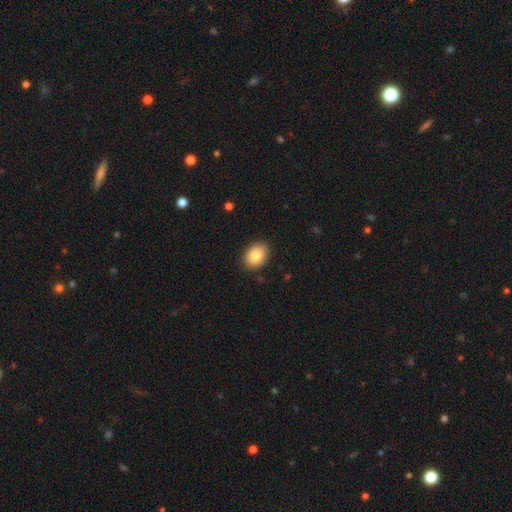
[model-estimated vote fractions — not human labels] A smooth galaxy with no disk features (83%) that is in between round and cigar-shaped (68%). Merging: none (88%).